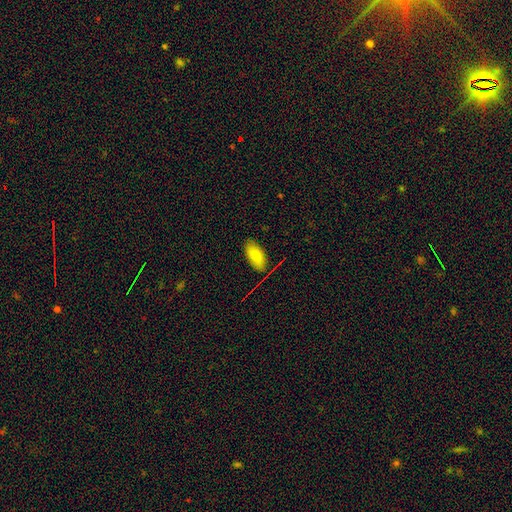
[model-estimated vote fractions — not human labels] A smooth galaxy with no disk features (83%) that is in between round and cigar-shaped (92%).

Vote fractions:
- Smooth or featured? smooth: 83% / featured or disk: 9% / star or artifact: 8%
- How rounded? in between: 92% / cigar-shaped: 6% / round: 2%
- Merging? none: 77% / minor disturbance: 17% / major disturbance: 4% / merger: 3%